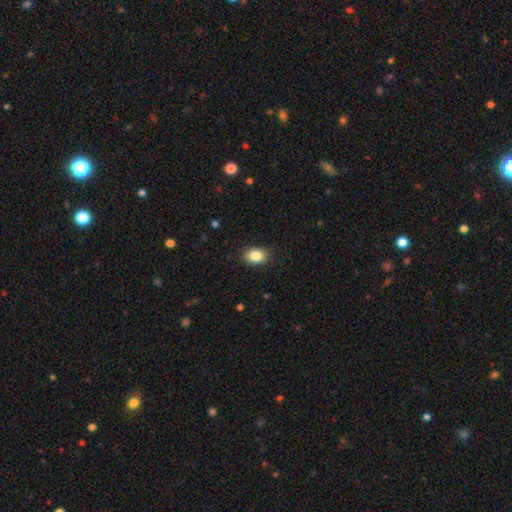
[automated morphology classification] smooth_or_featured: smooth (p=0.86) [alt: star or artifact p=0.08]
how_rounded: in between (p=0.76) [alt: round p=0.23]
merging: none (p=0.87) [alt: minor disturbance p=0.09]